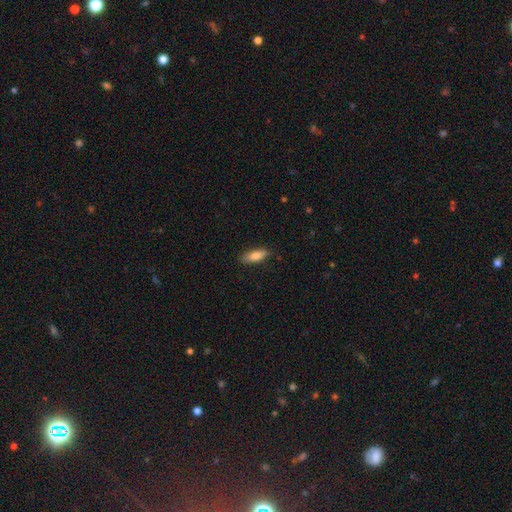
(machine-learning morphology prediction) Smooth or featured? smooth (80%)
How rounded? in between (56%)
Merging? none (85%)